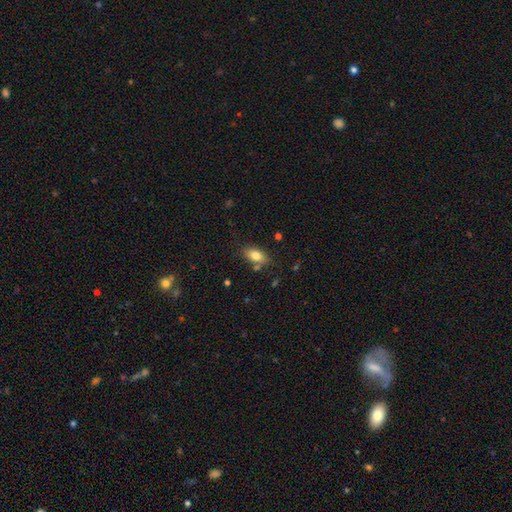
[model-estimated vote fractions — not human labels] smooth-or-featured: smooth: 79% | featured or disk: 13% | star or artifact: 8%
  how-rounded: in between: 88% | round: 6% | cigar-shaped: 6%
  merging: none: 77% | minor disturbance: 14% | merger: 6% | major disturbance: 3%